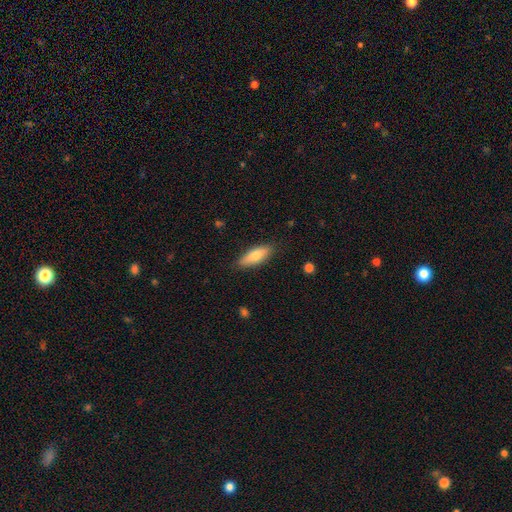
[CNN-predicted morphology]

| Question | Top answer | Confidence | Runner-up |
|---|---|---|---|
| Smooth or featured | smooth | 70% | featured or disk (24%) |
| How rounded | in between | 61% | cigar-shaped (37%) |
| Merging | none | 85% | minor disturbance (12%) |